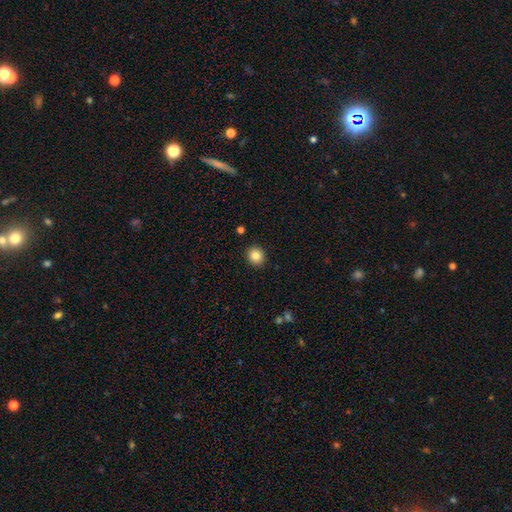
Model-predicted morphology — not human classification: Overall: smooth (84%). How rounded: round (83%). Merging: none (92%).